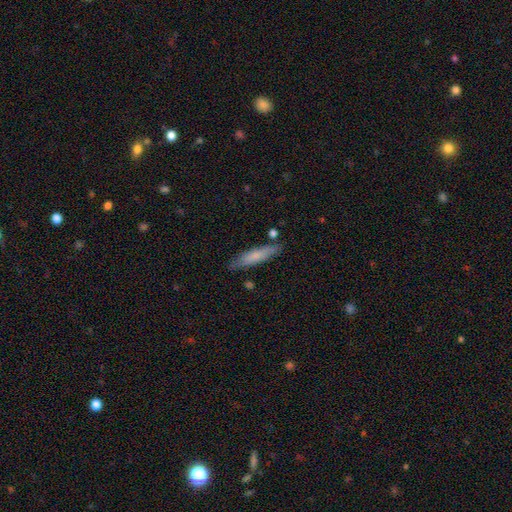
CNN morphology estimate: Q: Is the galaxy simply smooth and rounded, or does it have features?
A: smooth — 68%.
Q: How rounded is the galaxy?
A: cigar-shaped — 83%.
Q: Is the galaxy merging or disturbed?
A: none — 81%.